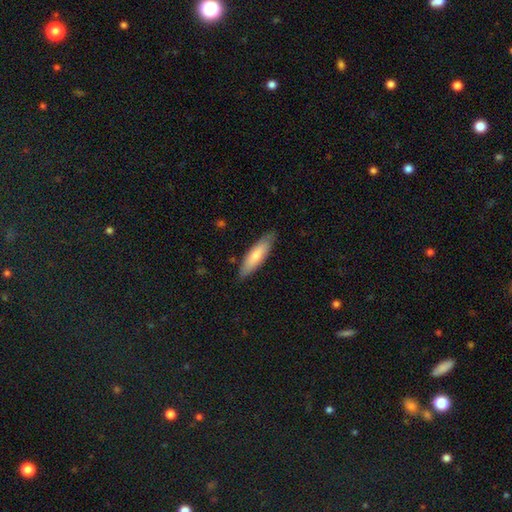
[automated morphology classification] Smooth or featured? smooth (72%)
How rounded? cigar-shaped (60%)
Merging? none (83%)